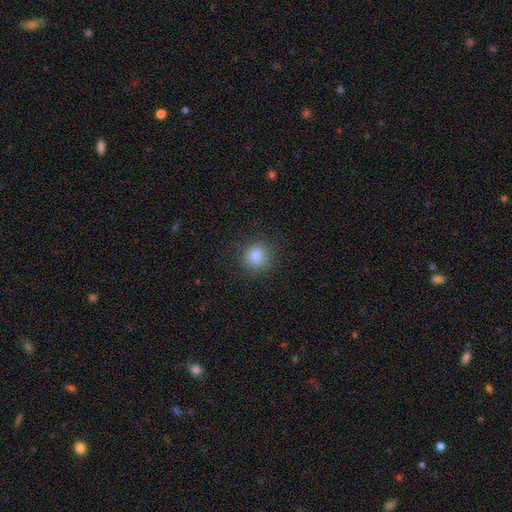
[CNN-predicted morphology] This is clearly a smooth galaxy (84%). How rounded: clearly round (89%). Merging: clearly none (87%).